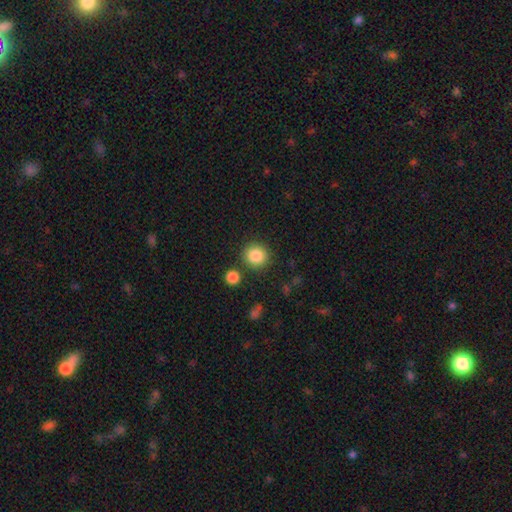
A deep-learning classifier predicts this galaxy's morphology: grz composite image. It shows a smooth galaxy with no disk features (85%) that is round (89%). Merging: none (85%).